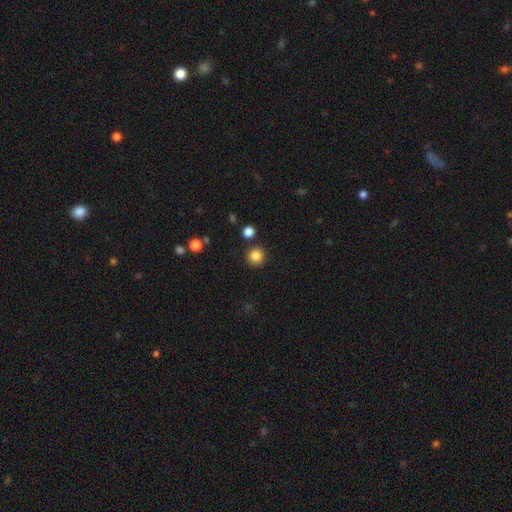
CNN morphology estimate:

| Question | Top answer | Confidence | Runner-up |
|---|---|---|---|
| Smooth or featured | smooth | 85% | star or artifact (11%) |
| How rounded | round | 95% | in between (4%) |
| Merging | none | 90% | minor disturbance (5%) |